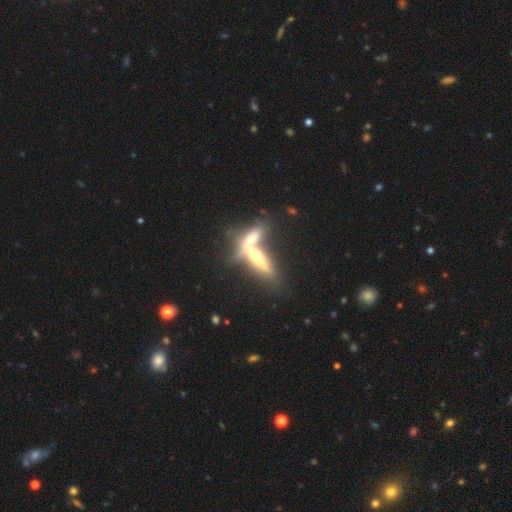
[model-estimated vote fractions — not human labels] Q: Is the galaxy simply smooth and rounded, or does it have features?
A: featured or disk — 62%.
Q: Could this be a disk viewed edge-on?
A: yes — 84%.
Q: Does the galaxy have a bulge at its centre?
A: rounded — 86%.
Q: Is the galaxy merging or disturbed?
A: merger — 58%.